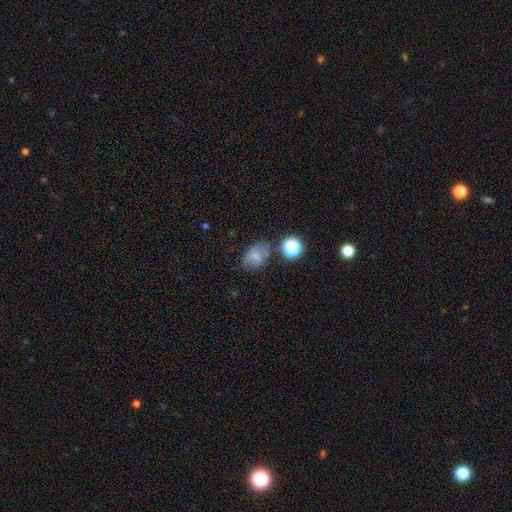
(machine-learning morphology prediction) type=smooth (74%); roundness=in between (72%); merging=none (64%).